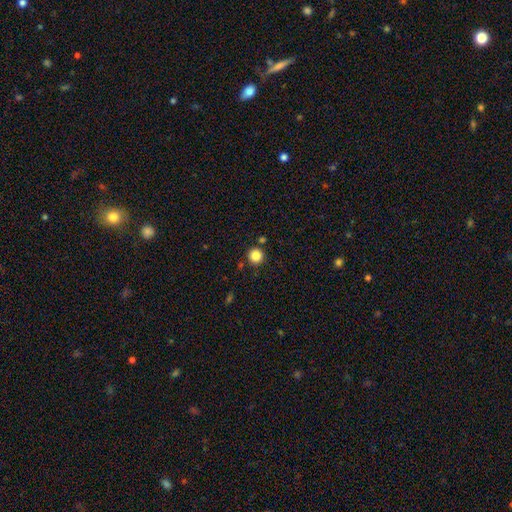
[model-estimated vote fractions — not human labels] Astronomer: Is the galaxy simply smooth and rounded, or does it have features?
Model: smooth — 85%.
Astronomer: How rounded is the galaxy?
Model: round — 96%.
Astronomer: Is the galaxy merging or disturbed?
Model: none — 89%.